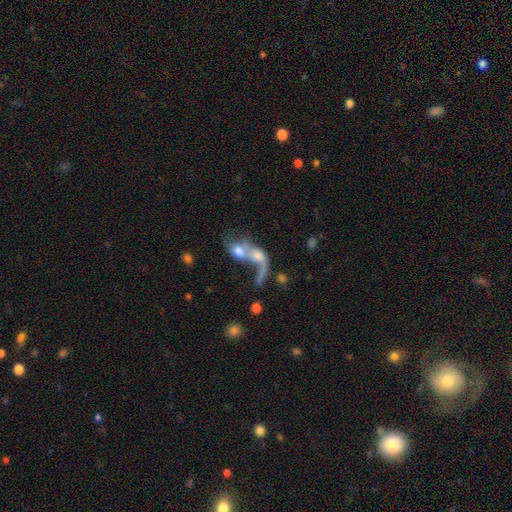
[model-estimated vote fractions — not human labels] A featured or disk galaxy (49%).

Vote fractions:
- Smooth or featured? featured or disk: 49% / smooth: 40% / star or artifact: 11%
- Merging? merger: 72% / major disturbance: 14% / none: 10% / minor disturbance: 5%